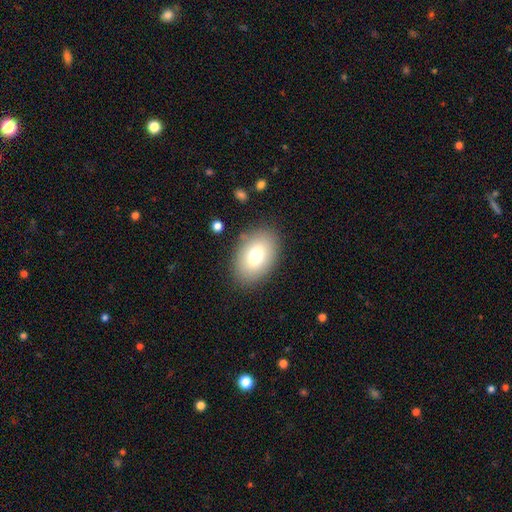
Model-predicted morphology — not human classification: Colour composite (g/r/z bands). It shows a smooth galaxy with no disk features (76%) that is in between round and cigar-shaped (86%). Merging: none (85%).